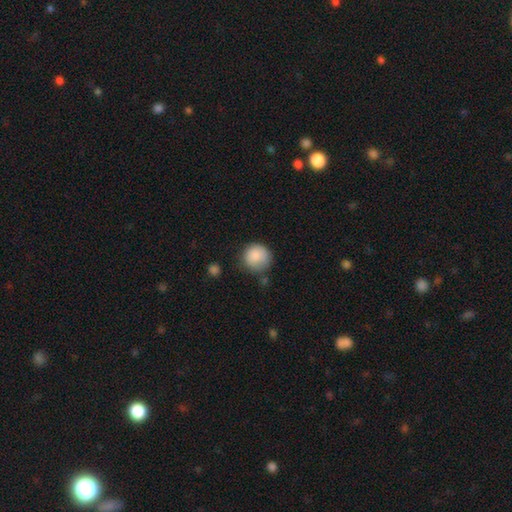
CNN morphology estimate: Smooth or featured? smooth (87%)
How rounded? round (91%)
Merging? none (66%)